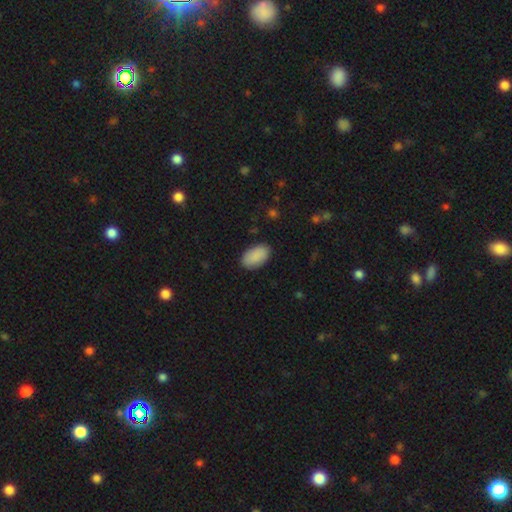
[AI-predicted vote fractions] smooth 91%, star or artifact 6%, featured or disk 3%. Down the decision tree: how rounded — in between (95%); merging — none (88%).